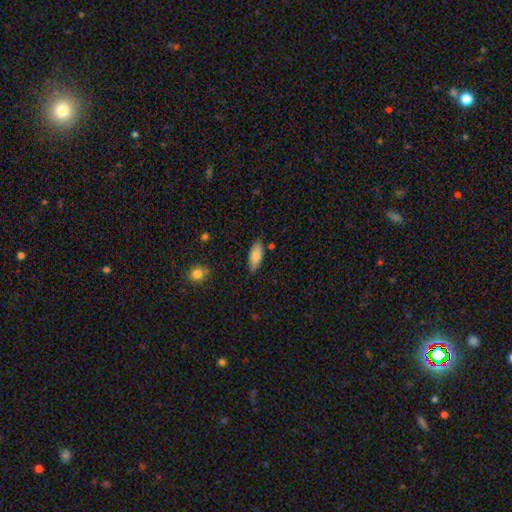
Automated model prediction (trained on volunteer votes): This is clearly a smooth galaxy (82%). How rounded: clearly in between (80%). Merging: clearly none (83%).